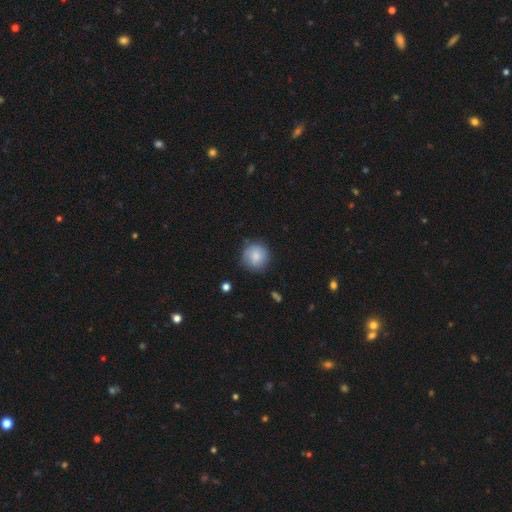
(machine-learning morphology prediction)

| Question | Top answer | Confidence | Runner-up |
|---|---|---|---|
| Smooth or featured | smooth | 79% | featured or disk (14%) |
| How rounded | round | 93% | in between (6%) |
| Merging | none | 80% | minor disturbance (15%) |